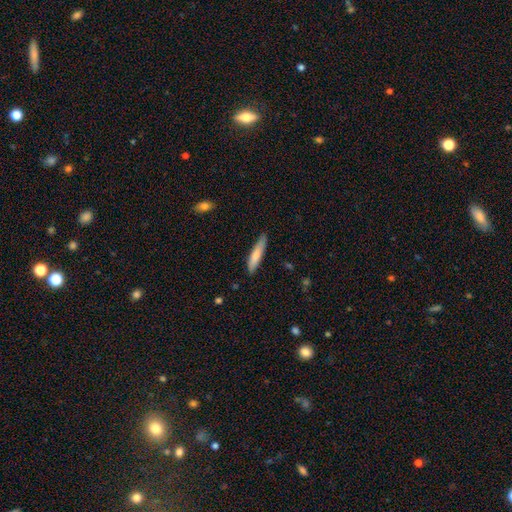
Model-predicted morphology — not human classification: Overall: smooth (74%). How rounded: cigar-shaped (85%). Merging: none (82%).